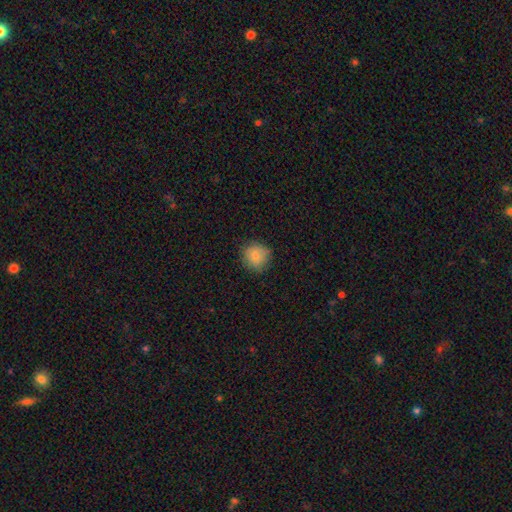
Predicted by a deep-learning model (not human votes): Smooth or featured: smooth — 82% (featured or disk — 9%)
How rounded: round — 90% (in between — 9%)
Merging: none — 82% (minor disturbance — 13%)